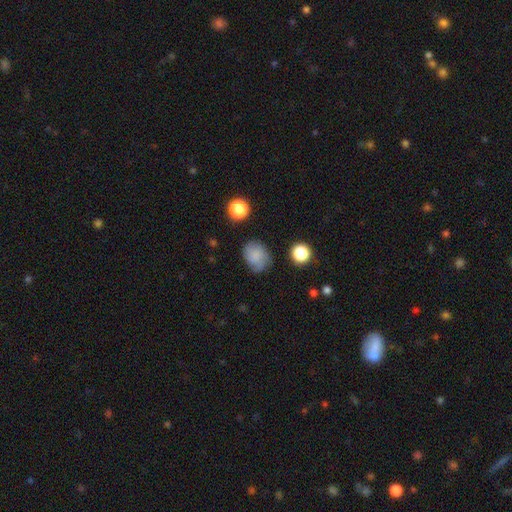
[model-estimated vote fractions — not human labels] Morphology: type=smooth (72%); roundness=round (52%); merging=none (60%).